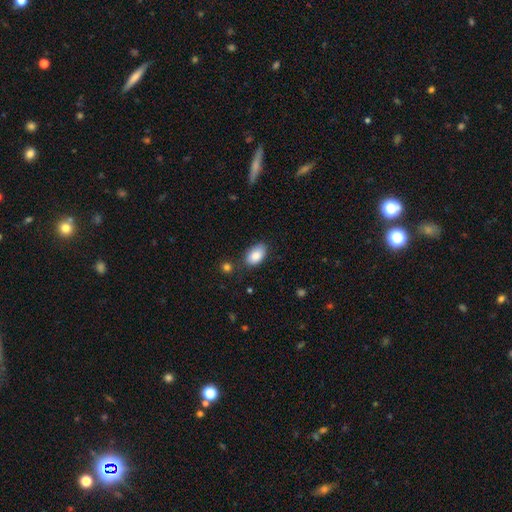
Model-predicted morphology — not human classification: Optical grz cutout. It shows a smooth galaxy with no disk features (87%) that is in between round and cigar-shaped (93%). Merging: none (76%).